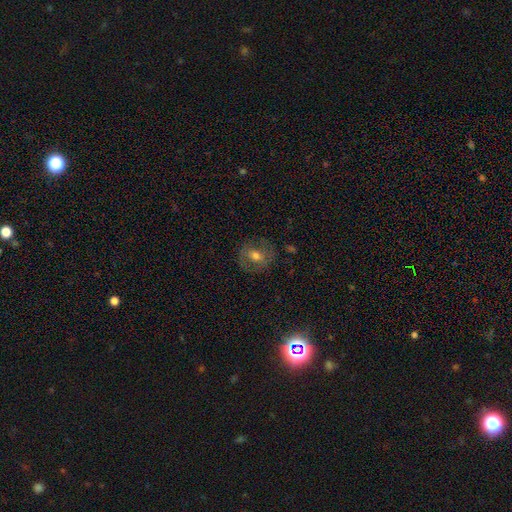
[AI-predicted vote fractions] This appears to be a featured or disk galaxy (47%). Merging: none (80%).